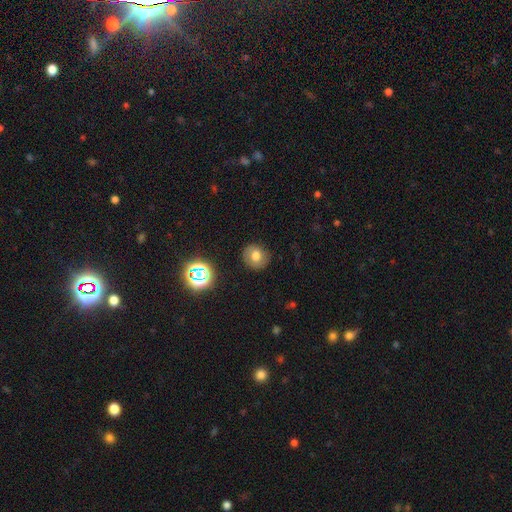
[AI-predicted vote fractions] Smooth or featured: smooth — 66% (featured or disk — 18%)
How rounded: round — 84% (in between — 15%)
Merging: none — 86% (minor disturbance — 10%)